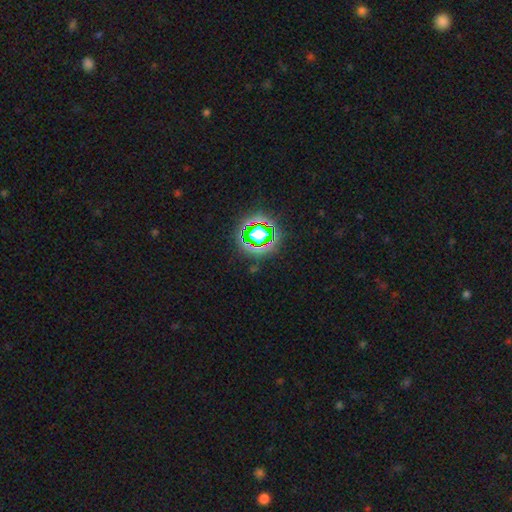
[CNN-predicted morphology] star or artifact 80%, smooth 13%, featured or disk 7%.